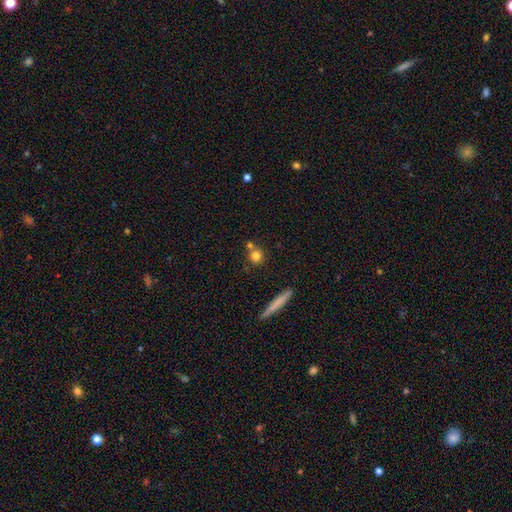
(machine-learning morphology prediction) smooth-or-featured: smooth: 76% | featured or disk: 13% | star or artifact: 11%
  how-rounded: round: 88% | in between: 9% | cigar-shaped: 4%
  merging: none: 62% | merger: 26% | minor disturbance: 9% | major disturbance: 3%